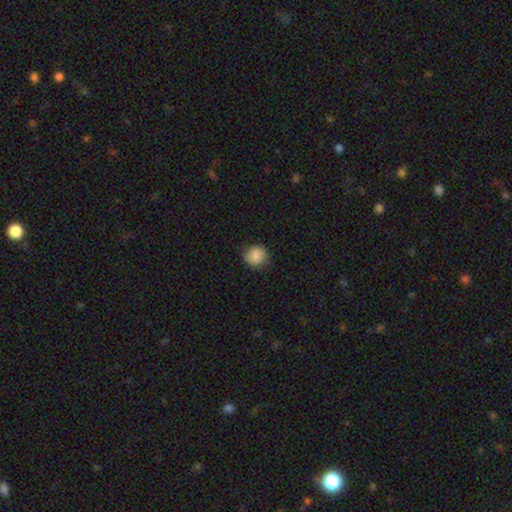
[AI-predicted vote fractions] A smooth galaxy with no disk features (87%) that is round (85%).

Vote fractions:
- Smooth or featured? smooth: 87% / star or artifact: 8% / featured or disk: 5%
- How rounded? round: 85% / in between: 14% / cigar-shaped: 1%
- Merging? none: 82% / minor disturbance: 14% / major disturbance: 3% / merger: 1%